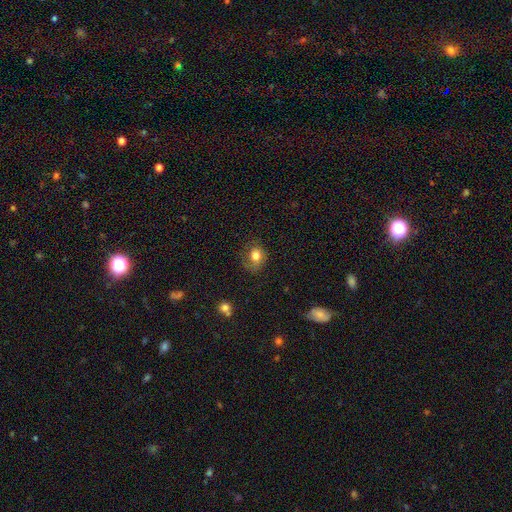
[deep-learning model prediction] Smooth or featured? Predicted: smooth (p=0.75). How rounded? Predicted: round (p=0.60). Merging? Predicted: none (p=0.64).